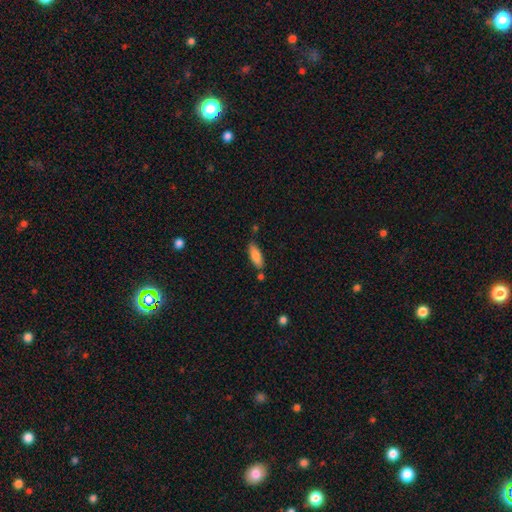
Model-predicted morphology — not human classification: Smooth or featured? smooth (79%)
How rounded? in between (61%)
Merging? none (76%)